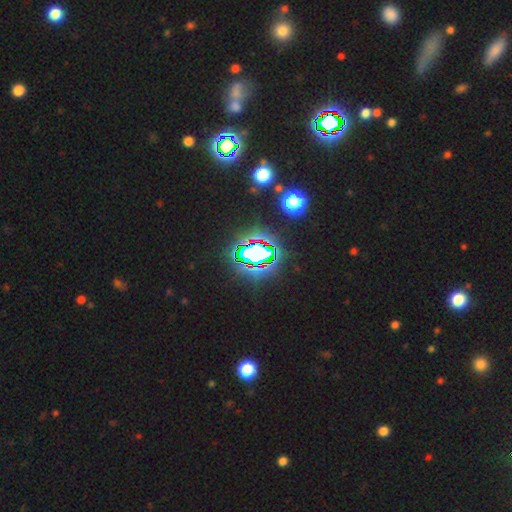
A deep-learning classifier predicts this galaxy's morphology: A star or artifact, not a galaxy (81%).